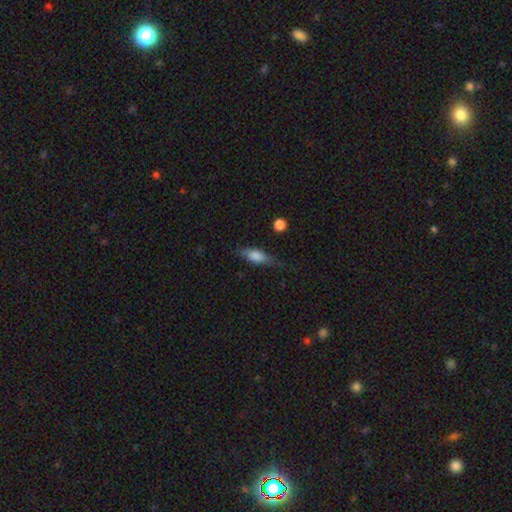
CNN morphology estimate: Smooth or featured? Predicted: smooth (p=0.71). How rounded? Predicted: in between (p=0.61). Merging? Predicted: none (p=0.66).